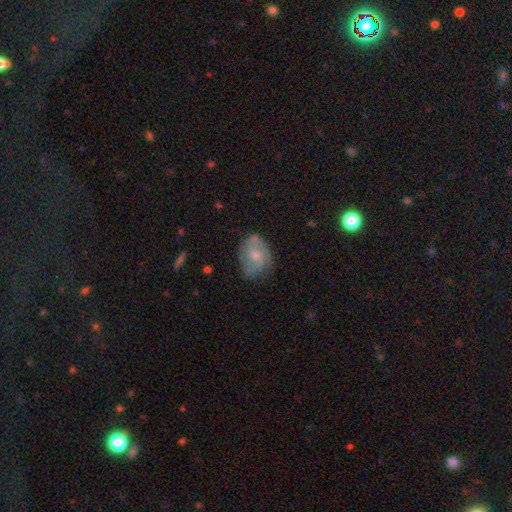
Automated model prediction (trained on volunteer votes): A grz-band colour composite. It shows a featured or disk galaxy (61%) with no bar (71%), spiral arms (81%) and a small central bulge (45%). Merging: none (64%).